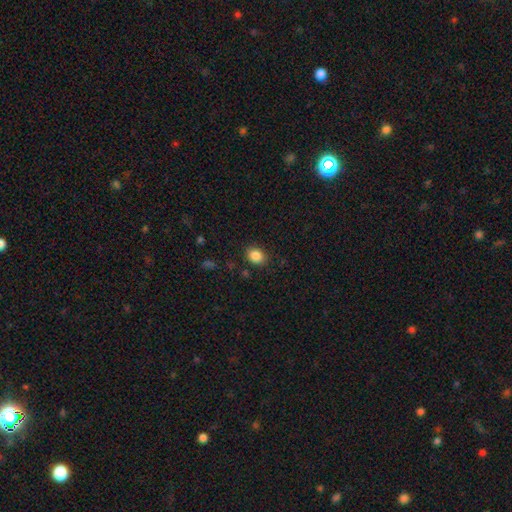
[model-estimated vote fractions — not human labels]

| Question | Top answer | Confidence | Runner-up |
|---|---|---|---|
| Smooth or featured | smooth | 86% | star or artifact (9%) |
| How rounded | in between | 54% | round (45%) |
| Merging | none | 86% | minor disturbance (10%) |